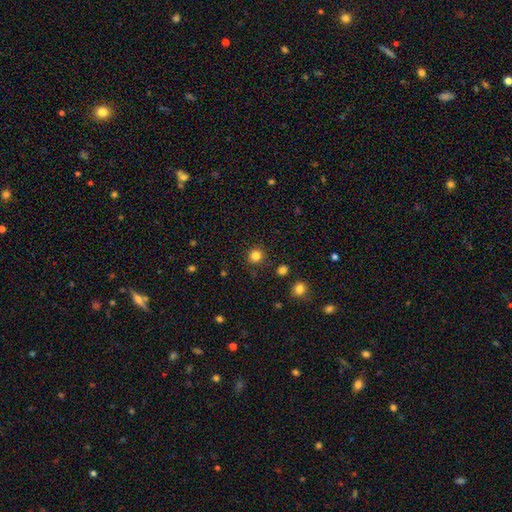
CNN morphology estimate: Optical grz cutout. It shows a smooth galaxy with no disk features (84%) that is round (92%). Merging: none (89%).